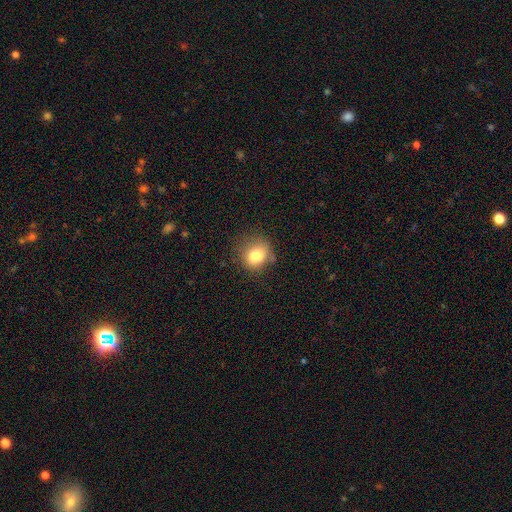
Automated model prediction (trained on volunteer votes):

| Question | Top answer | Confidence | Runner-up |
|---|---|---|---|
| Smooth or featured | smooth | 82% | star or artifact (10%) |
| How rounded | round | 60% | in between (39%) |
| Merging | none | 64% | minor disturbance (24%) |